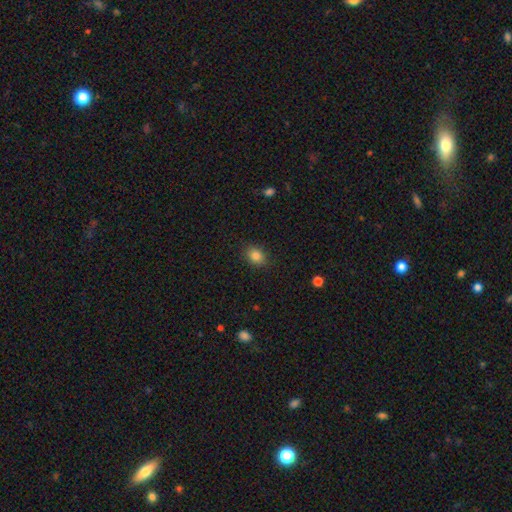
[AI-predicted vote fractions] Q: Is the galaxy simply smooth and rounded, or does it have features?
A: smooth — 84%.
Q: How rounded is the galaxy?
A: in between — 57%.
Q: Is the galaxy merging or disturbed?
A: none — 87%.